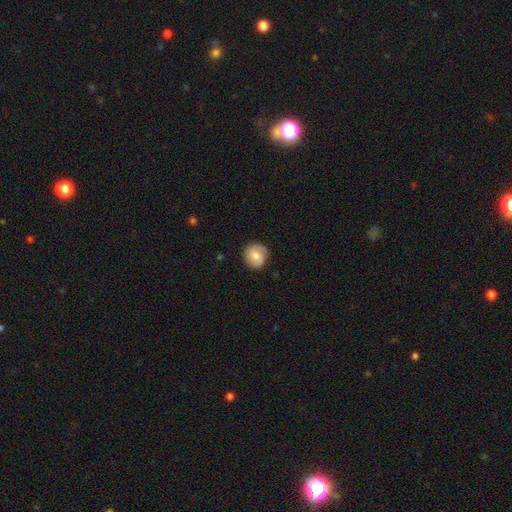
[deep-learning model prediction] A smooth galaxy with no disk features (66%) that is round (85%).

Vote fractions:
- Smooth or featured? smooth: 66% / featured or disk: 26% / star or artifact: 7%
- How rounded? round: 85% / in between: 14% / cigar-shaped: 1%
- Merging? none: 76% / minor disturbance: 18% / major disturbance: 4% / merger: 1%